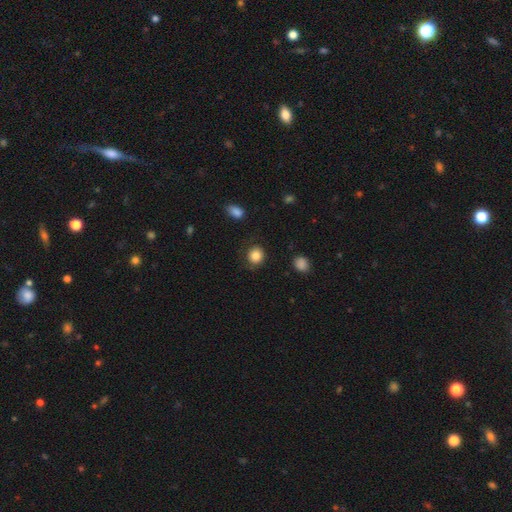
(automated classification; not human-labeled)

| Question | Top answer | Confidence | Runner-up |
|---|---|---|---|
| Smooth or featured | smooth | 84% | star or artifact (9%) |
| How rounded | round | 81% | in between (19%) |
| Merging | none | 82% | minor disturbance (12%) |